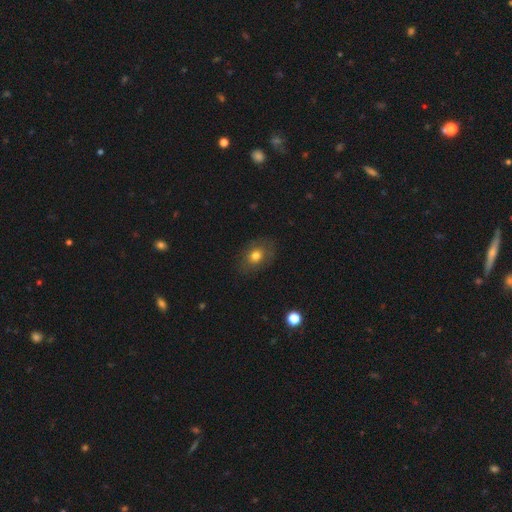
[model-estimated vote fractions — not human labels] Overall: smooth (71%). How rounded: in between (66%; round 33%). Merging: none (81%).